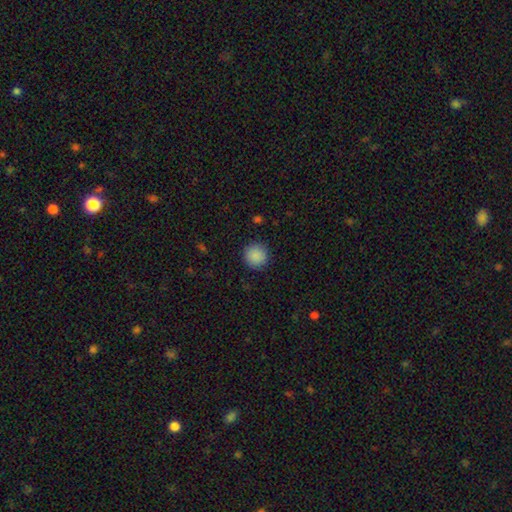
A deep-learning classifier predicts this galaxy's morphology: The model was most divided on "smooth or featured": smooth: 89%, star or artifact: 8%, featured or disk: 3%. More confident: how rounded — round (95%); merging — none (90%).